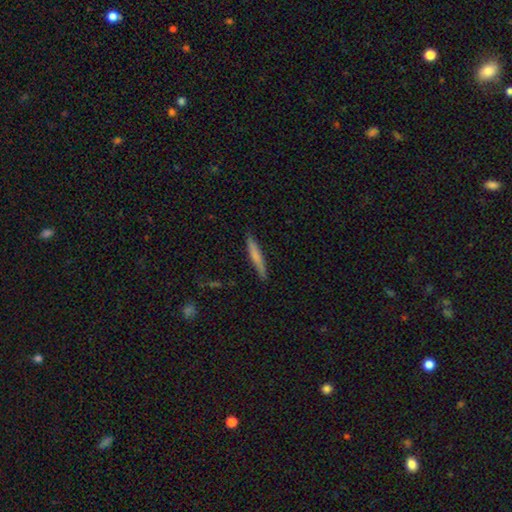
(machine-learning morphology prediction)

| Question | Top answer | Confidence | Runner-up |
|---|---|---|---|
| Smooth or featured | smooth | 68% | featured or disk (27%) |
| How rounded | cigar-shaped | 94% | in between (4%) |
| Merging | none | 88% | minor disturbance (9%) |